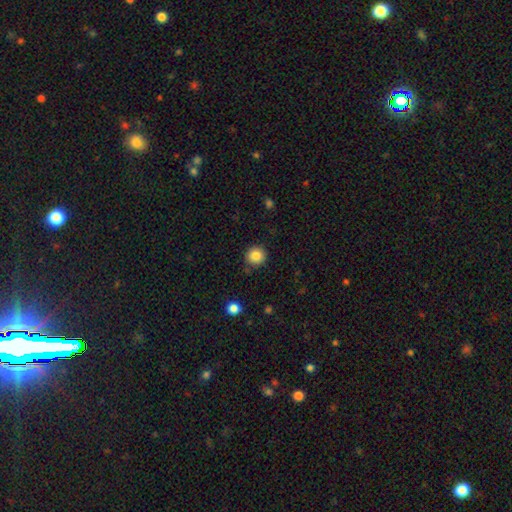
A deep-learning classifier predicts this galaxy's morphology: Q: Smooth or featured?
A: smooth (84%); runner-up: star or artifact (10%)
Q: How rounded?
A: round (94%); runner-up: in between (5%)
Q: Merging?
A: none (87%); runner-up: minor disturbance (8%)